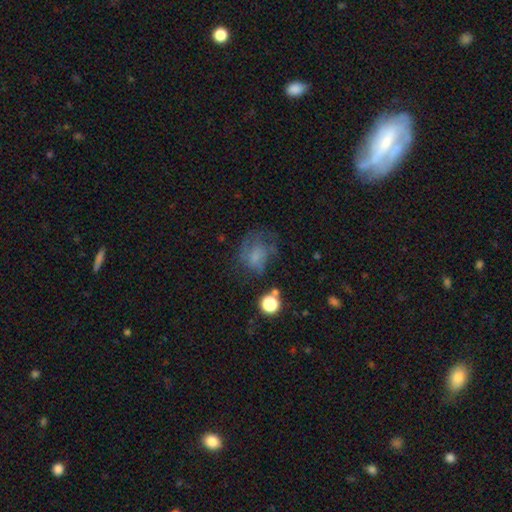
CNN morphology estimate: A smooth galaxy with no disk features (46%).

Vote fractions:
- Smooth or featured? smooth: 46% / featured or disk: 36% / star or artifact: 17%
- Merging? none: 41% / major disturbance: 31% / minor disturbance: 24% / merger: 4%